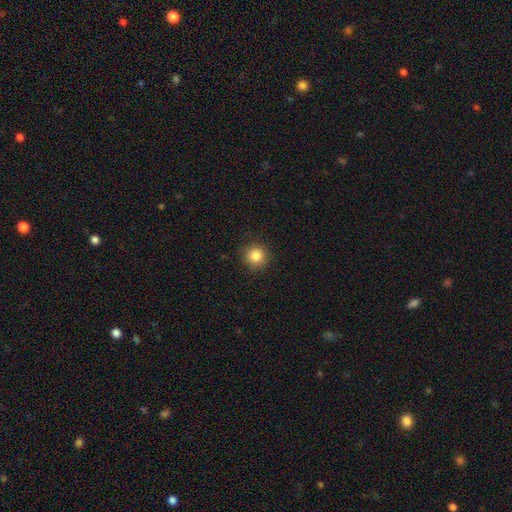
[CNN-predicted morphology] Q: Smooth or featured?
A: smooth (85%); runner-up: star or artifact (11%)
Q: How rounded?
A: round (93%); runner-up: in between (6%)
Q: Merging?
A: none (90%); runner-up: minor disturbance (7%)